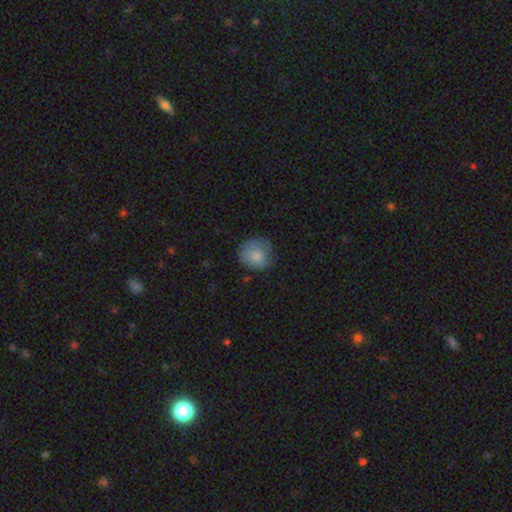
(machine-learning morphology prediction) Smooth or featured?
  - smooth: 78% *
  - featured or disk: 14%
  - star or artifact: 8%
How rounded?
  - round: 84% *
  - in between: 15%
  - cigar-shaped: 1%
Merging?
  - none: 65% *
  - minor disturbance: 25%
  - major disturbance: 8%
  - merger: 1%